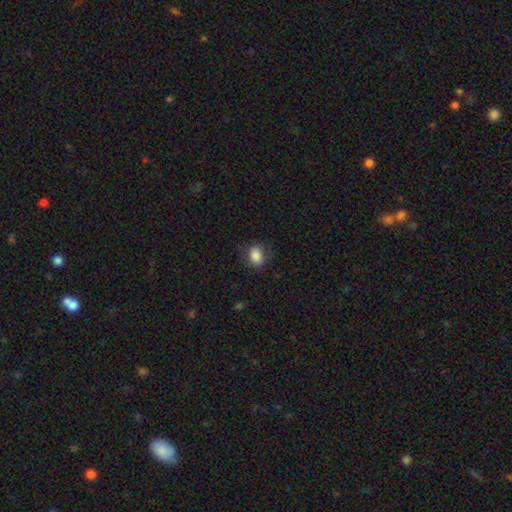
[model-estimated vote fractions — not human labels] Smooth or featured?
  - smooth: 85% *
  - star or artifact: 9%
  - featured or disk: 7%
How rounded?
  - in between: 66% *
  - round: 32%
  - cigar-shaped: 1%
Merging?
  - none: 73% *
  - minor disturbance: 19%
  - major disturbance: 7%
  - merger: 1%